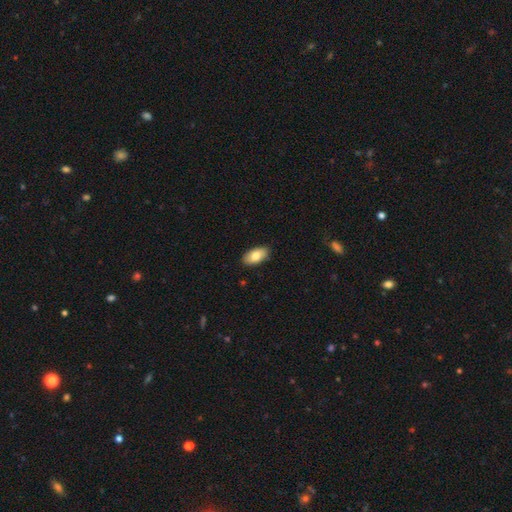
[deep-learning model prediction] Overall: smooth (81%). How rounded: in between (94%). Merging: none (89%).